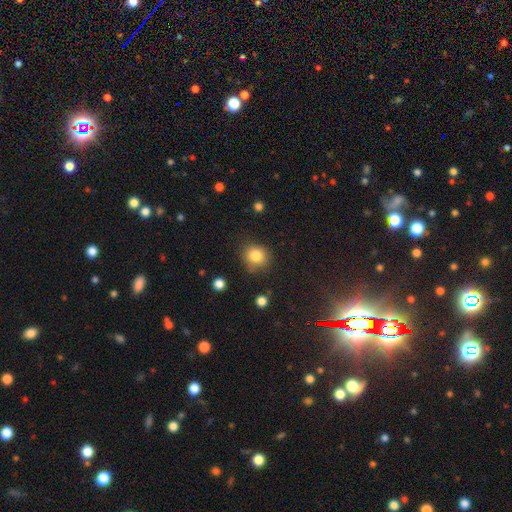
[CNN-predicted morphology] Q: Smooth or featured?
A: smooth (84%); runner-up: star or artifact (11%)
Q: How rounded?
A: round (83%); runner-up: in between (16%)
Q: Merging?
A: none (80%); runner-up: minor disturbance (13%)